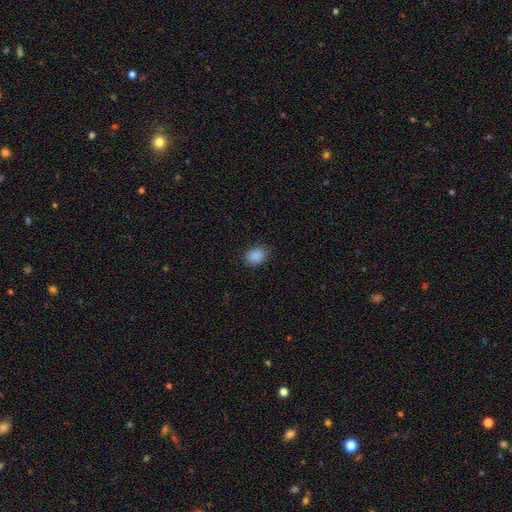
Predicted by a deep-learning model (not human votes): Smooth or featured?
  - smooth: 89% *
  - star or artifact: 9%
  - featured or disk: 3%
How rounded?
  - in between: 63% *
  - round: 36%
  - cigar-shaped: 1%
Merging?
  - none: 86% *
  - minor disturbance: 10%
  - major disturbance: 3%
  - merger: 1%